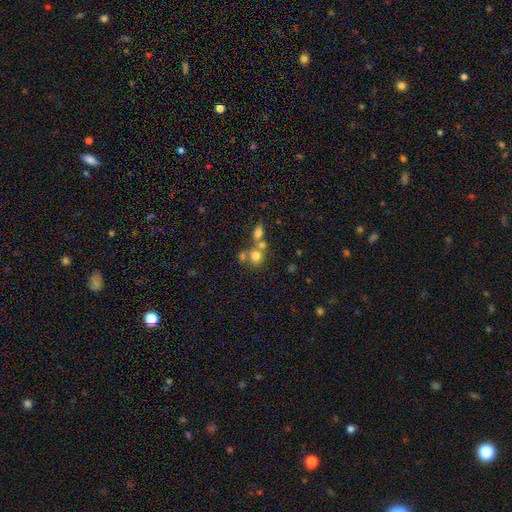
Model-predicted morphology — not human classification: Smooth or featured?
  - smooth: 70% *
  - featured or disk: 15%
  - star or artifact: 14%
How rounded?
  - round: 76% *
  - in between: 22%
  - cigar-shaped: 1%
Merging?
  - none: 44% *
  - merger: 42%
  - minor disturbance: 9%
  - major disturbance: 5%